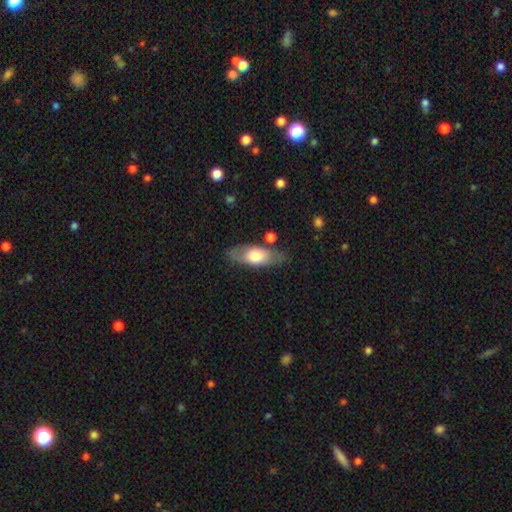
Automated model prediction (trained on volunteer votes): A smooth galaxy with no disk features (63%) that is in between round and cigar-shaped (74%). Merging: none (77%).